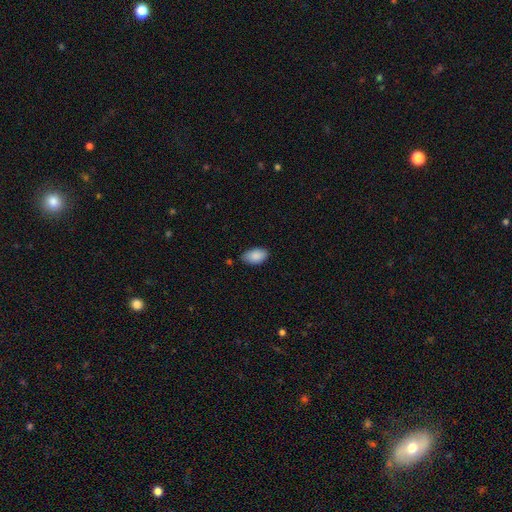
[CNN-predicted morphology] smooth_or_featured: smooth (p=0.89) [alt: star or artifact p=0.07]
how_rounded: in between (p=0.94) [alt: round p=0.05]
merging: none (p=0.77) [alt: minor disturbance p=0.18]